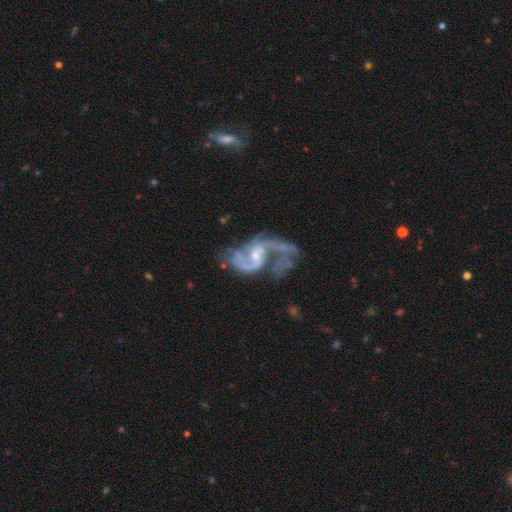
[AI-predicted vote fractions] Smooth or featured?
  - featured or disk: 89% *
  - star or artifact: 6%
  - smooth: 5%
Edge-on disk?
  - no: 98% *
  - yes: 2%
Bar?
  - no: 45% *
  - weak: 44%
  - strong: 11%
Spiral arms?
  - yes: 94% *
  - no: 6%
Spiral winding?
  - loose: 58% *
  - medium: 34%
  - tight: 8%
Spiral arm count?
  - 2: 82% *
  - 1: 5%
  - can't tell: 5%
  - 3: 4%
  - 4: 2%
  - more than 4: 2%
Bulge size?
  - small: 57% *
  - moderate: 35%
  - none: 5%
  - large: 2%
  - dominant: 1%
Merging?
  - none: 36% *
  - major disturbance: 35%
  - minor disturbance: 19%
  - merger: 11%